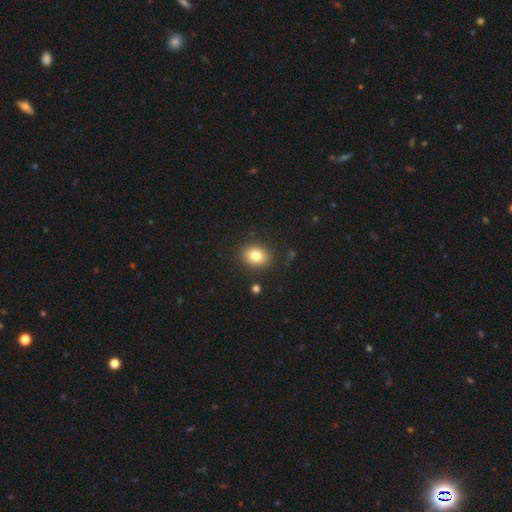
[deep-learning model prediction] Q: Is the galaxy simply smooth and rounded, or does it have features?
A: smooth — 79%.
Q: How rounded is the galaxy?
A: round — 58%.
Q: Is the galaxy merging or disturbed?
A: none — 87%.